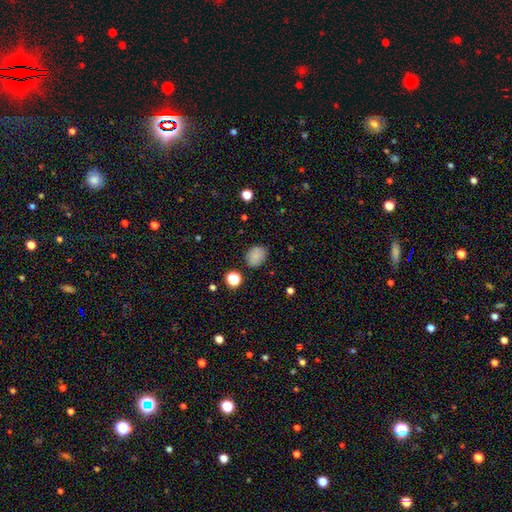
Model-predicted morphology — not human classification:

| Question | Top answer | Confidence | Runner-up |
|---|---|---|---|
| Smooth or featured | smooth | 83% | star or artifact (12%) |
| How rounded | in between | 62% | round (37%) |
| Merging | none | 81% | minor disturbance (13%) |